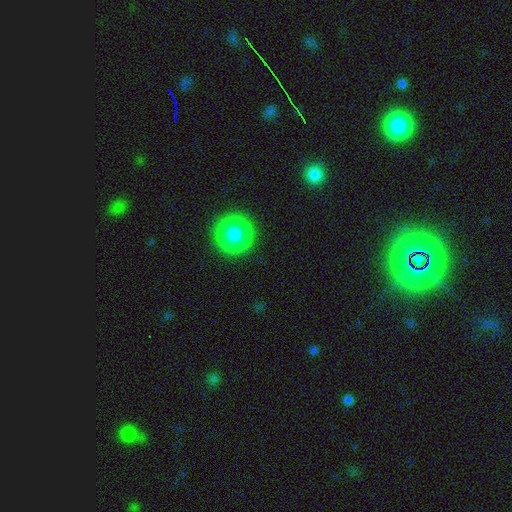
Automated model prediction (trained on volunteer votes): The model was most divided on "smooth or featured": smooth: 63%, star or artifact: 31%, featured or disk: 5%. More confident: how rounded — round (94%); merging — none (90%).